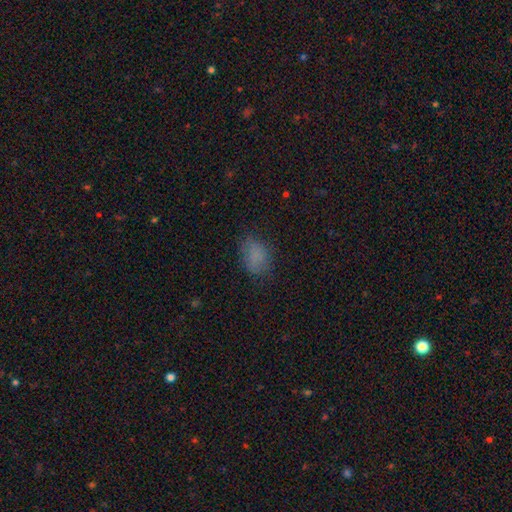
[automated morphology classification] A smooth galaxy with no disk features (81%) that is in between round and cigar-shaped (80%).

Vote fractions:
- Smooth or featured? smooth: 81% / star or artifact: 12% / featured or disk: 7%
- How rounded? in between: 80% / round: 19% / cigar-shaped: 2%
- Merging? none: 73% / minor disturbance: 19% / major disturbance: 7% / merger: 1%